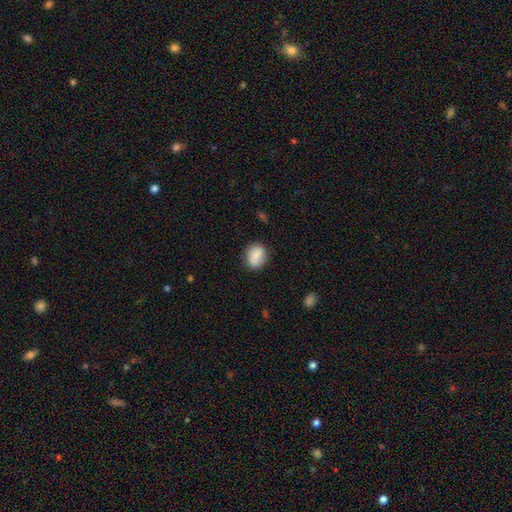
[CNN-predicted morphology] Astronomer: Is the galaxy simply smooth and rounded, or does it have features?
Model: smooth — 83%.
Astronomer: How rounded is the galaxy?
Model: in between — 56% (runner-up: round, 42%).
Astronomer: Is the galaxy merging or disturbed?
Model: none — 76%.